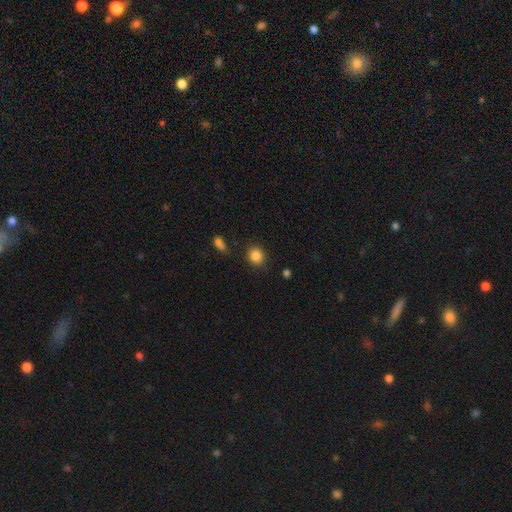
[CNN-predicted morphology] A smooth galaxy with no disk features (86%) that is round (79%).

Vote fractions:
- Smooth or featured? smooth: 86% / star or artifact: 10% / featured or disk: 4%
- How rounded? round: 79% / in between: 20% / cigar-shaped: 1%
- Merging? none: 86% / minor disturbance: 9% / major disturbance: 3% / merger: 2%